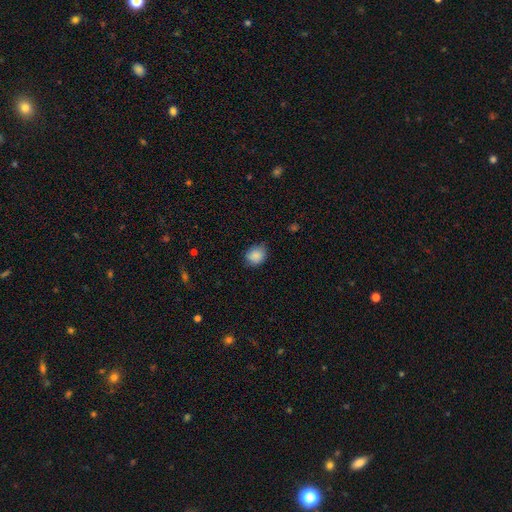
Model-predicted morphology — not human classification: A smooth galaxy with no disk features (88%) that is round (54%).

Vote fractions:
- Smooth or featured? smooth: 88% / star or artifact: 8% / featured or disk: 4%
- How rounded? round: 54% / in between: 45% / cigar-shaped: 1%
- Merging? none: 76% / minor disturbance: 19% / major disturbance: 3% / merger: 1%